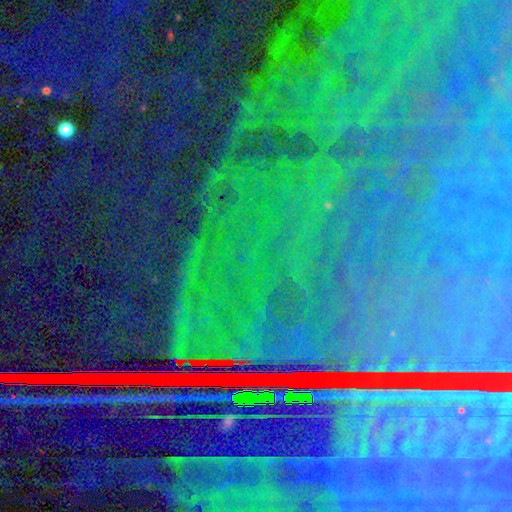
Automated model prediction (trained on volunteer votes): Smooth or featured? Predicted: star or artifact (p=0.86).